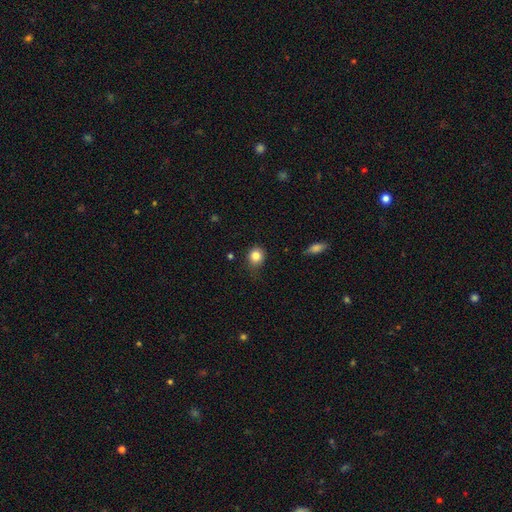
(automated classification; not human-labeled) A smooth galaxy with no disk features (83%) that is round (80%).

Vote fractions:
- Smooth or featured? smooth: 83% / star or artifact: 11% / featured or disk: 6%
- How rounded? round: 80% / in between: 19% / cigar-shaped: 1%
- Merging? none: 73% / minor disturbance: 22% / major disturbance: 4% / merger: 2%